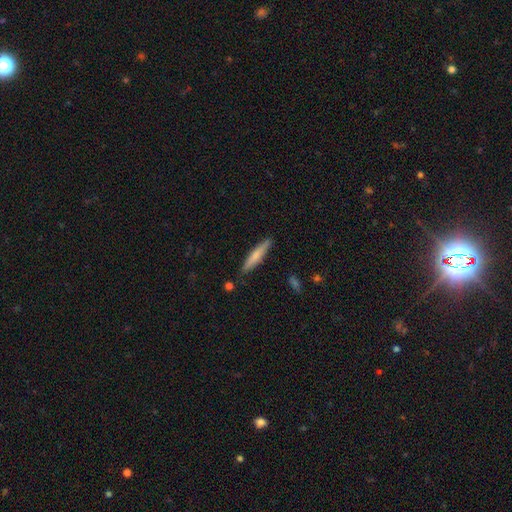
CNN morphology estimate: Overall: smooth (67%; featured or disk 27%). How rounded: cigar-shaped (91%). Merging: none (87%).